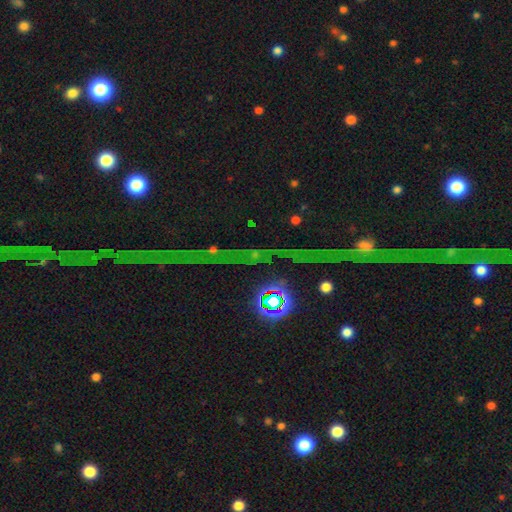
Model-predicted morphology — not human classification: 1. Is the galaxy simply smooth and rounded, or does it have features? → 73% star or artifact, 14% featured or disk, 13% smooth.